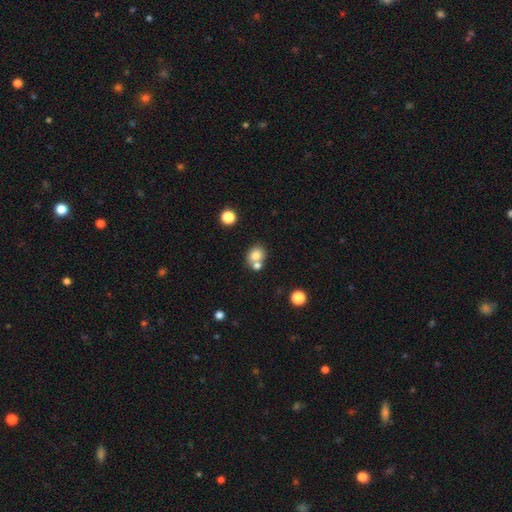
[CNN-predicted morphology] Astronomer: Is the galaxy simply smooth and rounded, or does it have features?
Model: smooth — 78%.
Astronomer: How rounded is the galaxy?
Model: round — 69%.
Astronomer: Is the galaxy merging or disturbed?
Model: none — 51% (runner-up: merger, 36%).